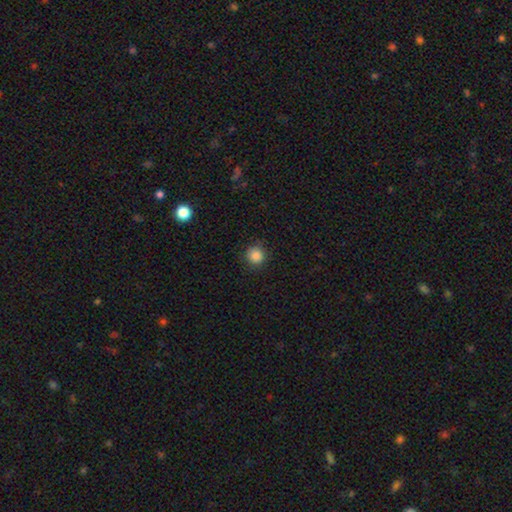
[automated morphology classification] Smooth or featured: smooth — 86% (star or artifact — 11%)
How rounded: round — 93% (in between — 6%)
Merging: none — 89% (minor disturbance — 8%)